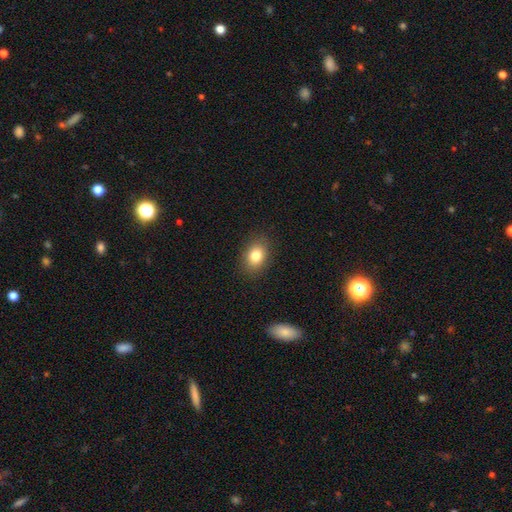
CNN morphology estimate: Smooth or featured: smooth — 81% (star or artifact — 10%)
How rounded: in between — 68% (round — 31%)
Merging: none — 87% (minor disturbance — 9%)